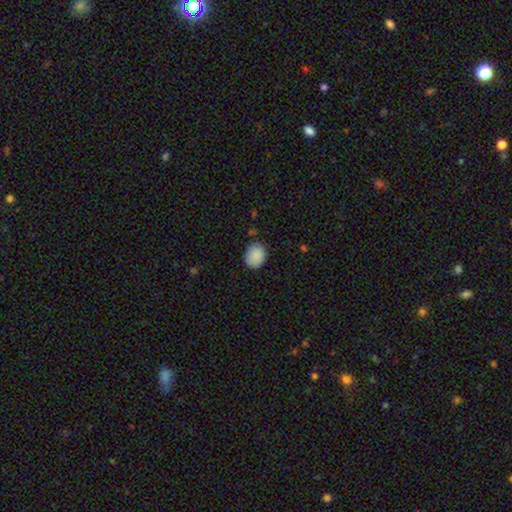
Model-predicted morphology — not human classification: Smooth or featured: smooth — 89% (star or artifact — 8%)
How rounded: round — 51% (in between — 48%)
Merging: none — 81% (minor disturbance — 15%)